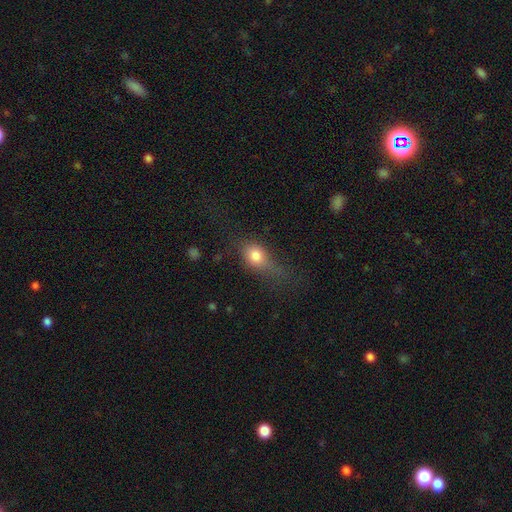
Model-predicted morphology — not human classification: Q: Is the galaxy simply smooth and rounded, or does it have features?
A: smooth — 77%.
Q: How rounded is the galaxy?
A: in between — 68%.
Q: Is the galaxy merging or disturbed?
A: none — 43%.